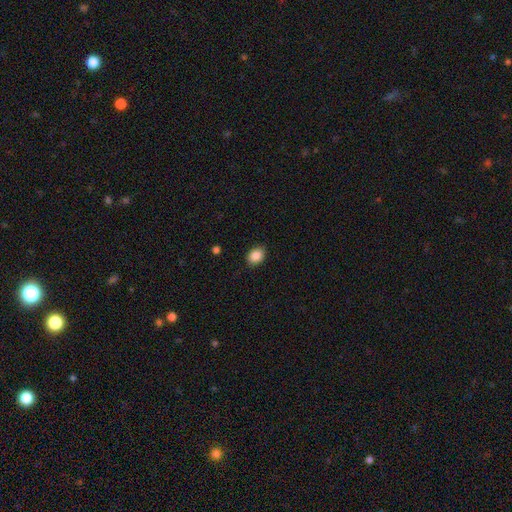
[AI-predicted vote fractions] Smooth or featured?
  - smooth: 88% *
  - star or artifact: 8%
  - featured or disk: 4%
How rounded?
  - in between: 66% *
  - round: 33%
  - cigar-shaped: 1%
Merging?
  - none: 87% *
  - minor disturbance: 9%
  - major disturbance: 2%
  - merger: 1%